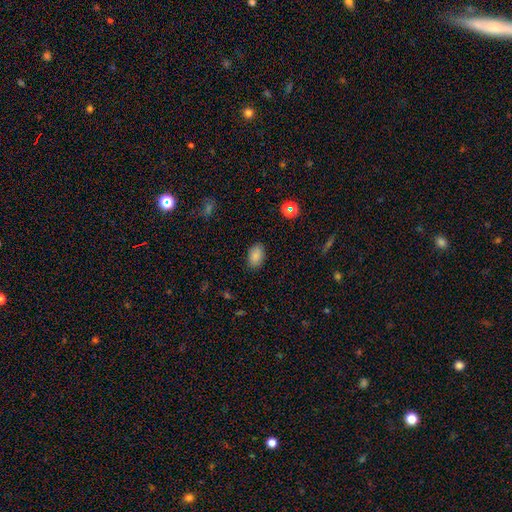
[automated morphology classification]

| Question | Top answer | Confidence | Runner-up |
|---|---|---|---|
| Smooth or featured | smooth | 85% | star or artifact (10%) |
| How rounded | in between | 89% | round (10%) |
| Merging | none | 87% | minor disturbance (10%) |